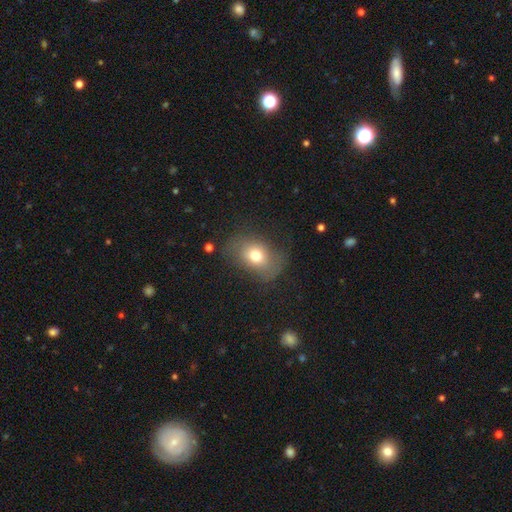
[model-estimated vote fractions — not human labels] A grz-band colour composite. It shows a smooth galaxy with no disk features (70%) that is in between round and cigar-shaped (66%). Merging: none (59%).